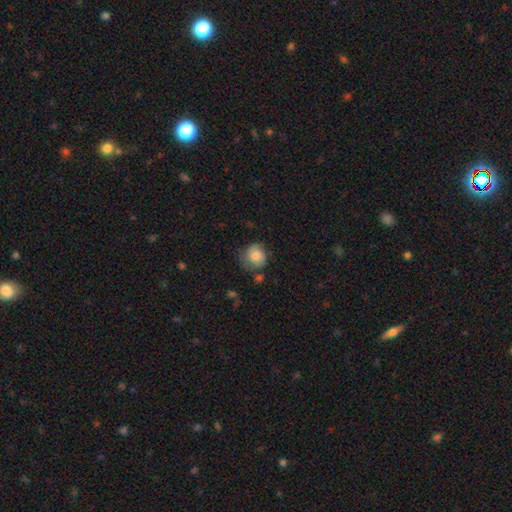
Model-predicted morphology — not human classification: Smooth or featured? Predicted: smooth (p=0.77). How rounded? Predicted: round (p=0.77). Merging? Predicted: none (p=0.52).